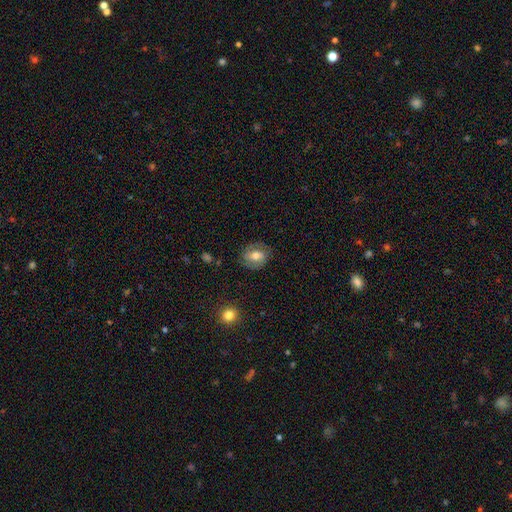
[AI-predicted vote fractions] smooth_or_featured: smooth (p=0.52) [alt: featured or disk p=0.40]
how_rounded: round (p=0.53) [alt: in between p=0.45]
merging: none (p=0.76) [alt: minor disturbance p=0.16]